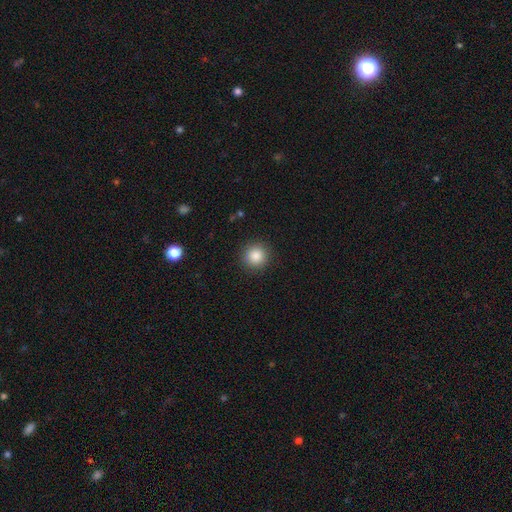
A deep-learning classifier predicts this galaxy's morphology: type=smooth (86%); roundness=round (94%); merging=none (91%).